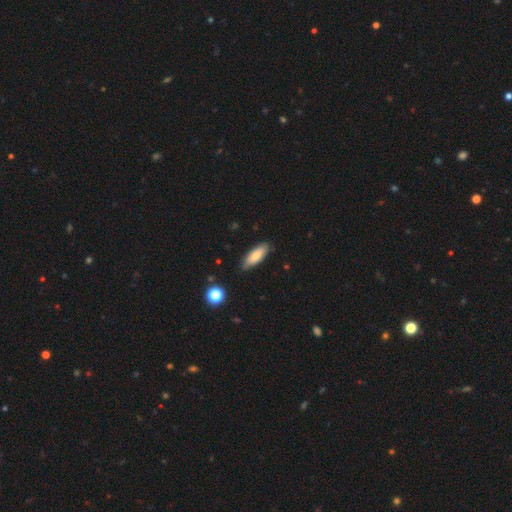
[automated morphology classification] A smooth galaxy with no disk features (79%) that is in between round and cigar-shaped (67%).

Vote fractions:
- Smooth or featured? smooth: 79% / featured or disk: 15% / star or artifact: 6%
- How rounded? in between: 67% / cigar-shaped: 32% / round: 2%
- Merging? none: 83% / minor disturbance: 14% / major disturbance: 2% / merger: 1%